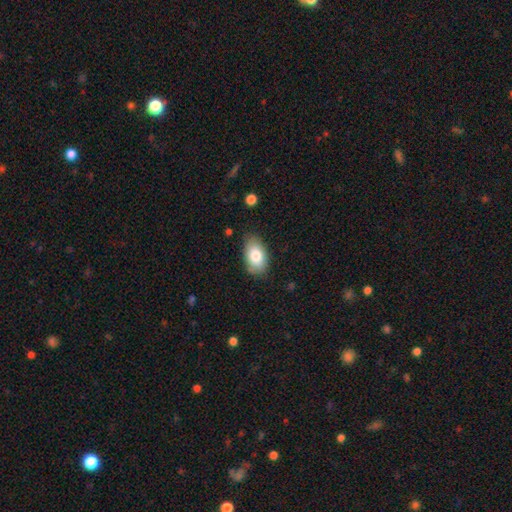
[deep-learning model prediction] Smooth or featured? Predicted: smooth (p=0.80). How rounded? Predicted: in between (p=0.92). Merging? Predicted: none (p=0.79).